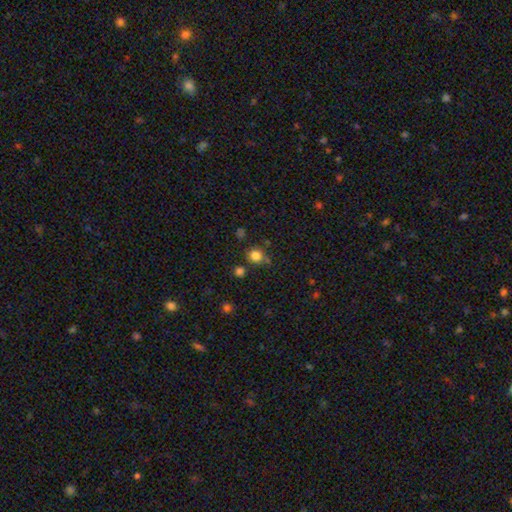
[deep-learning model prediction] A smooth galaxy with no disk features (81%) that is round (86%). Merging: none (74%).